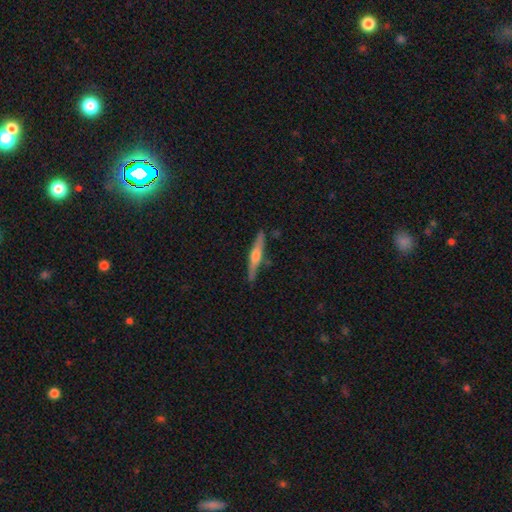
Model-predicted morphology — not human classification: This is likely a featured or disk galaxy (64%). It is clearly viewed edge-on (97%). Edge-on bulge: clearly rounded (88%). Merging: clearly none (85%).